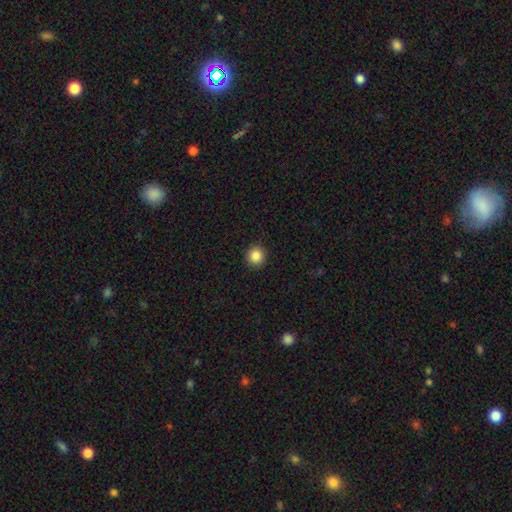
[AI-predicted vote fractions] Smooth or featured? Predicted: smooth (p=0.87). How rounded? Predicted: round (p=0.93). Merging? Predicted: none (p=0.92).